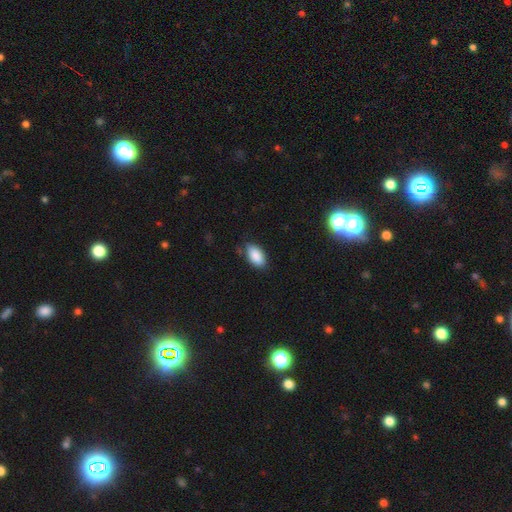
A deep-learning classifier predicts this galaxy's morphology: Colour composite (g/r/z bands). It shows a smooth galaxy with no disk features (89%) that is in between round and cigar-shaped (94%). Merging: none (81%).